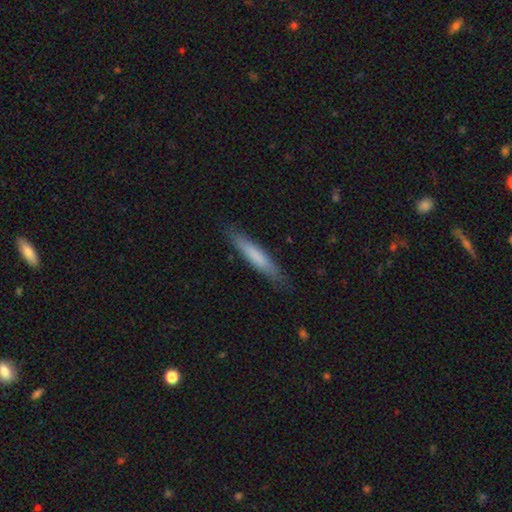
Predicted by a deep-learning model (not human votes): Smooth or featured?
  - smooth: 72% *
  - featured or disk: 22%
  - star or artifact: 5%
How rounded?
  - cigar-shaped: 92% *
  - in between: 7%
  - round: 1%
Merging?
  - none: 85% *
  - minor disturbance: 11%
  - major disturbance: 2%
  - merger: 1%